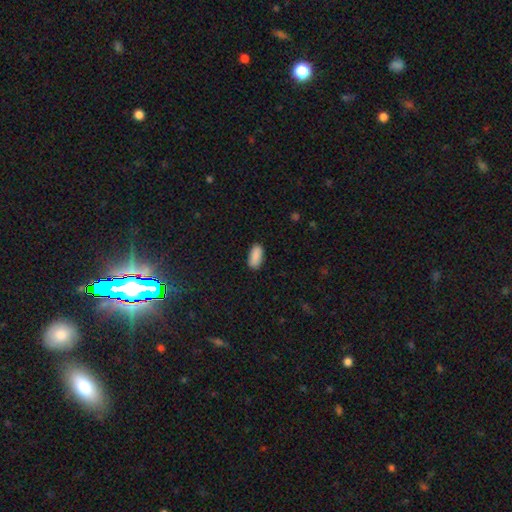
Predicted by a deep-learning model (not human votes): Overall: smooth (90%). How rounded: in between (92%). Merging: none (86%).